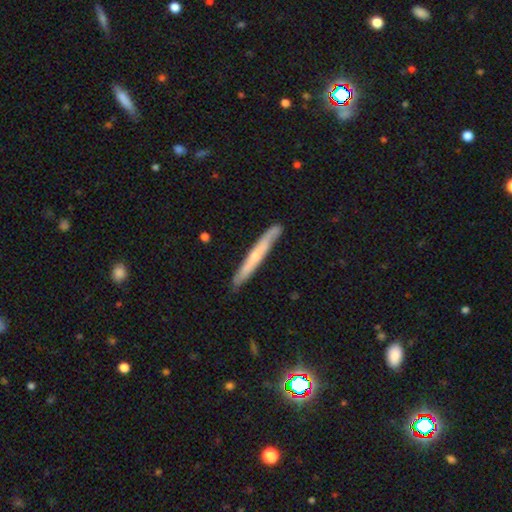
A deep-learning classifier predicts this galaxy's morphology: type=featured or disk (50%); merging=none (85%).